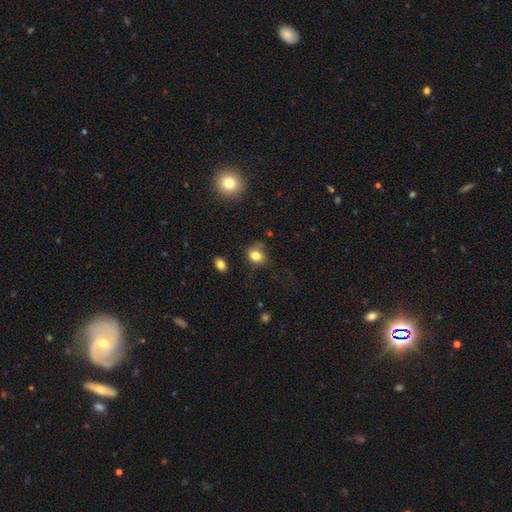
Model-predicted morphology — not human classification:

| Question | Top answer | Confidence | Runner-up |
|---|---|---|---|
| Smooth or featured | smooth | 81% | star or artifact (11%) |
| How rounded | round | 66% | in between (33%) |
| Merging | none | 65% | minor disturbance (24%) |